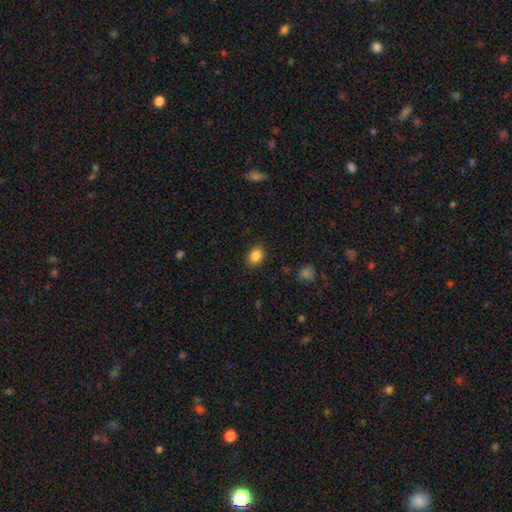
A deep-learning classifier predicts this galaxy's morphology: Smooth or featured? Predicted: smooth (p=0.87). How rounded? Predicted: in between (p=0.69). Merging? Predicted: none (p=0.87).